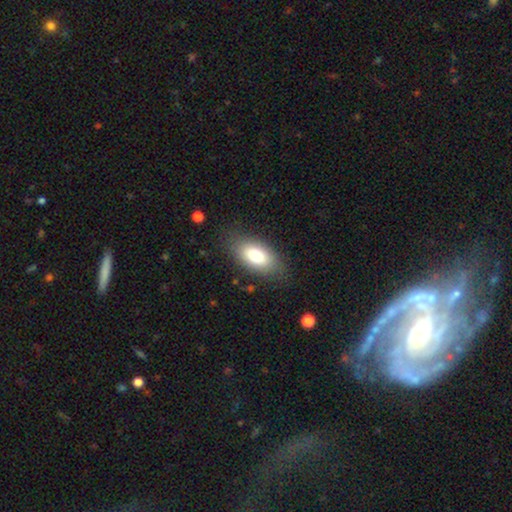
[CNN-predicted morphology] Smooth or featured? Predicted: smooth (p=0.78). How rounded? Predicted: in between (p=0.92). Merging? Predicted: none (p=0.80).